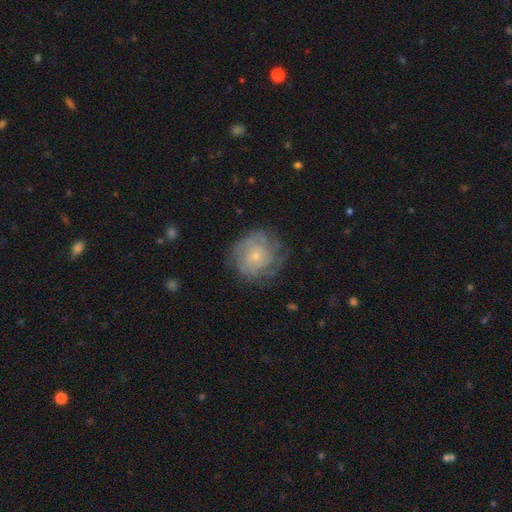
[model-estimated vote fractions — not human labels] A featured or disk galaxy (64%) with no bar (84%), spiral arms (79%) and a small central bulge (74%).

Vote fractions:
- Smooth or featured? featured or disk: 64% / smooth: 28% / star or artifact: 8%
- Edge-on disk? no: 97% / yes: 3%
- Bar? no: 84% / weak: 13% / strong: 2%
- Spiral arms? yes: 79% / no: 21%
- Bulge size? small: 74% / moderate: 21% / none: 2% / large: 2% / dominant: 1%
- Merging? none: 68% / minor disturbance: 19% / major disturbance: 11% / merger: 1%